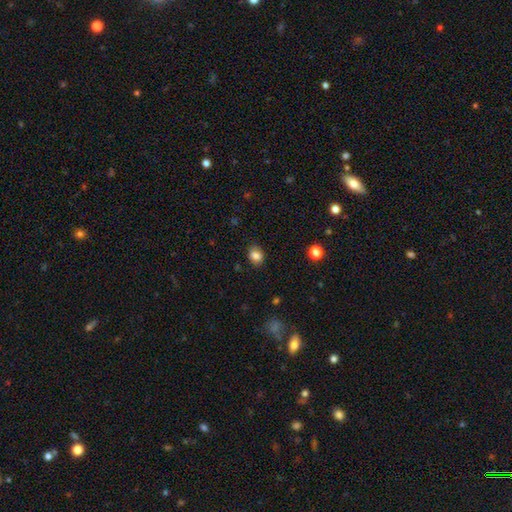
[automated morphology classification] This appears to be a smooth galaxy with no disk features (85%) that is in between round and cigar-shaped (54%). Merging: none (84%).